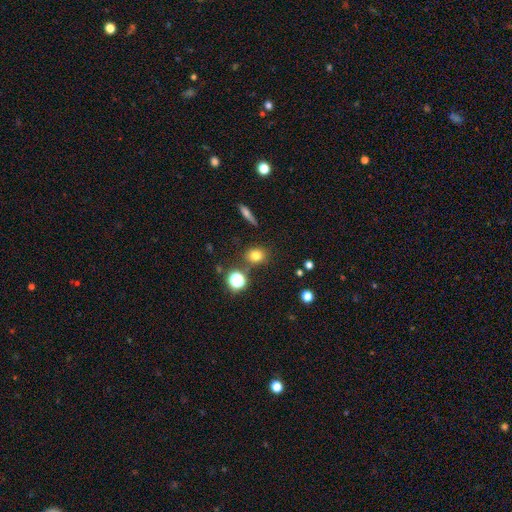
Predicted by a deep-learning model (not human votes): smooth 76%, star or artifact 16%, featured or disk 9%. Down the decision tree: how rounded — round (71%); merging — none (81%).